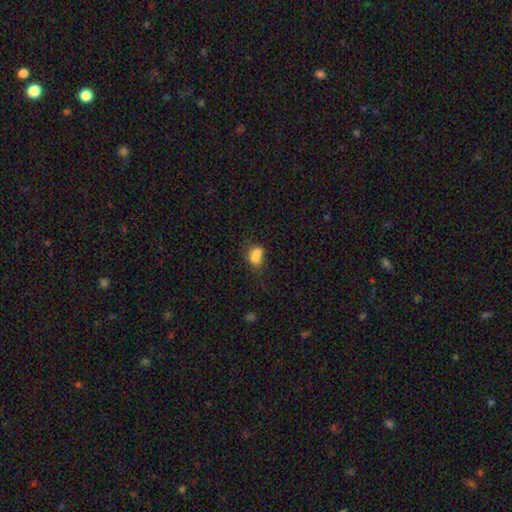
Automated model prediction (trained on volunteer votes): A smooth galaxy with no disk features (72%) that is in between round and cigar-shaped (54%). Merging: merger (60%).